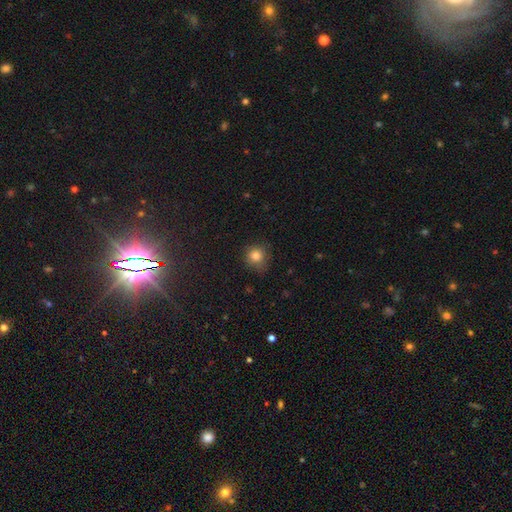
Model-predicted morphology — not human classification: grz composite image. It shows a smooth galaxy with no disk features (82%) that is round (86%). Merging: none (71%).